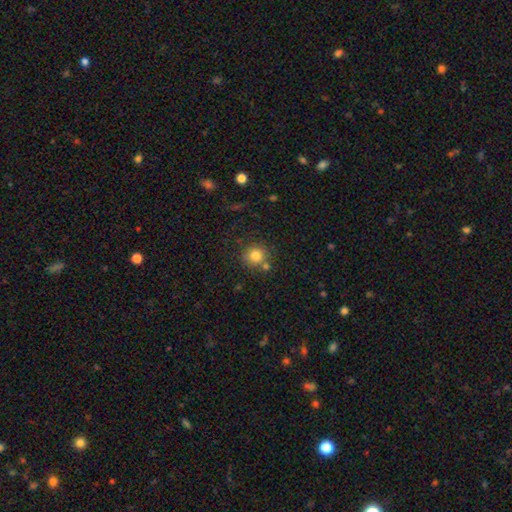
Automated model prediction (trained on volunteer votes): This is clearly a smooth galaxy (80%). How rounded: clearly round (90%). Merging: likely none (71%).